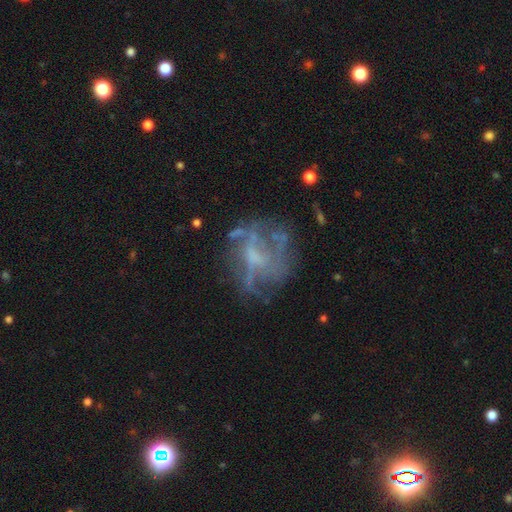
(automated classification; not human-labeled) Smooth or featured?
  - featured or disk: 67% *
  - smooth: 17%
  - star or artifact: 16%
Edge-on disk?
  - no: 97% *
  - yes: 3%
Bar?
  - no: 67% *
  - weak: 27%
  - strong: 6%
Spiral arms?
  - no: 58% *
  - yes: 42%
Bulge size?
  - none: 48% *
  - moderate: 24%
  - small: 23%
  - large: 3%
  - dominant: 1%
Merging?
  - none: 56% *
  - major disturbance: 23%
  - minor disturbance: 17%
  - merger: 4%